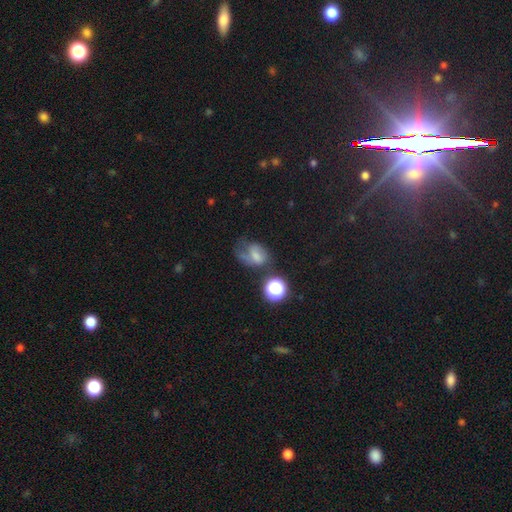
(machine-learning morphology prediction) Smooth or featured: smooth — 37% (featured or disk — 33%)
Merging: none — 39% (major disturbance — 27%)